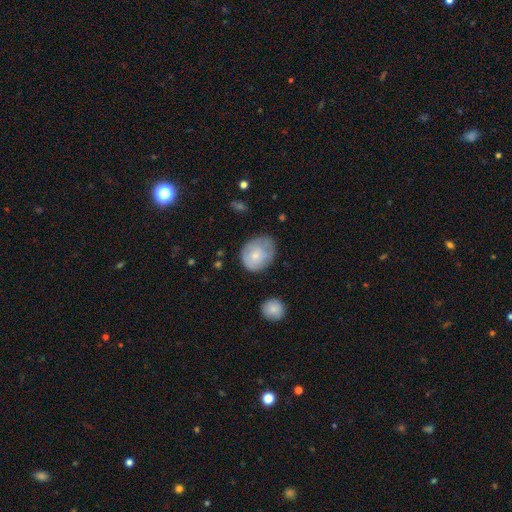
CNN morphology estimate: Overall: smooth (67%; featured or disk 27%). How rounded: round (58%; in between 41%). Merging: none (50%; minor disturbance 35%).